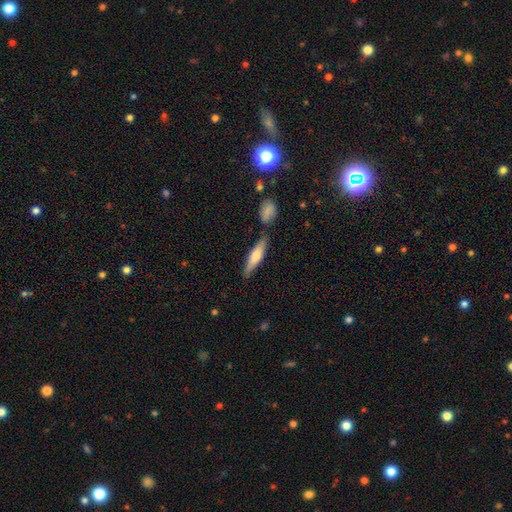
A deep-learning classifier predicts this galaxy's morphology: Smooth or featured: smooth — 57% (featured or disk — 37%)
How rounded: cigar-shaped — 75% (in between — 23%)
Merging: none — 74% (minor disturbance — 12%)